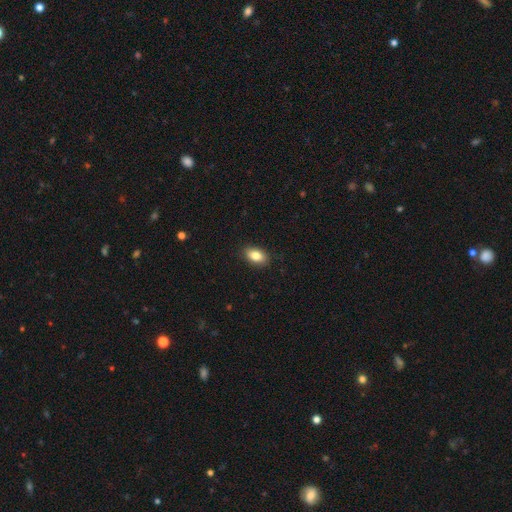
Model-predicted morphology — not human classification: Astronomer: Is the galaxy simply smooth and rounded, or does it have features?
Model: smooth — 84%.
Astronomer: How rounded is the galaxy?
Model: in between — 89%.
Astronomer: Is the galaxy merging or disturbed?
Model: none — 89%.